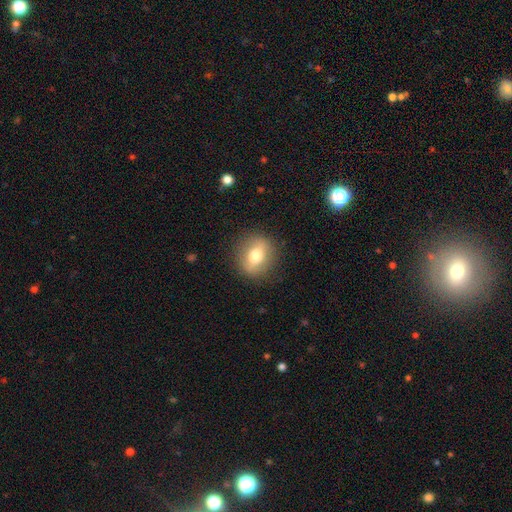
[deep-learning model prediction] smooth-or-featured: smooth: 58% | featured or disk: 34% | star or artifact: 8%
  how-rounded: round: 67% | in between: 31% | cigar-shaped: 3%
  merging: none: 86% | minor disturbance: 10% | major disturbance: 3% | merger: 1%